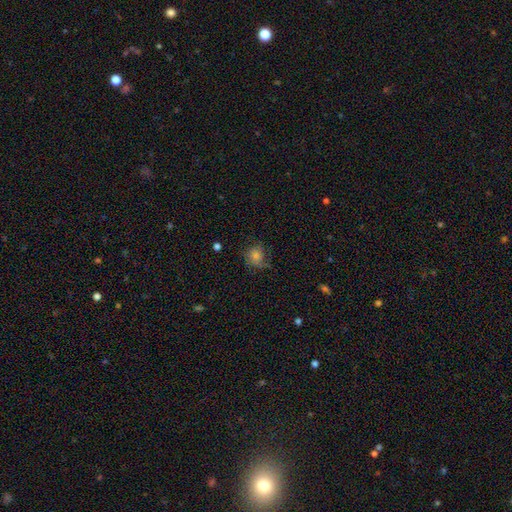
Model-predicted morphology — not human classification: smooth_or_featured: smooth (p=0.64) [alt: featured or disk p=0.19]
how_rounded: round (p=0.81) [alt: in between p=0.18]
merging: none (p=0.64) [alt: minor disturbance p=0.23]